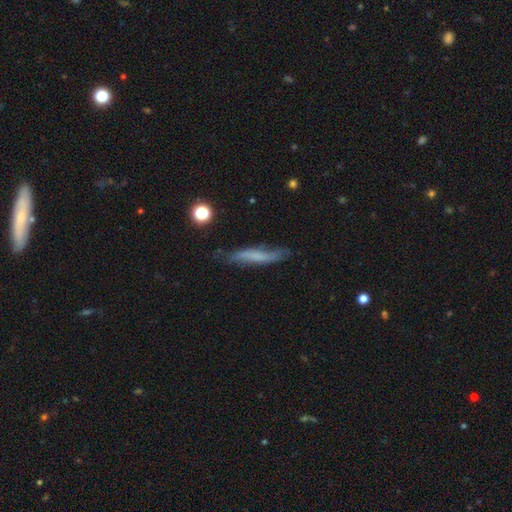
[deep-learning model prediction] Smooth or featured? Predicted: smooth (p=0.51). How rounded? Predicted: cigar-shaped (p=0.89). Merging? Predicted: none (p=0.66).